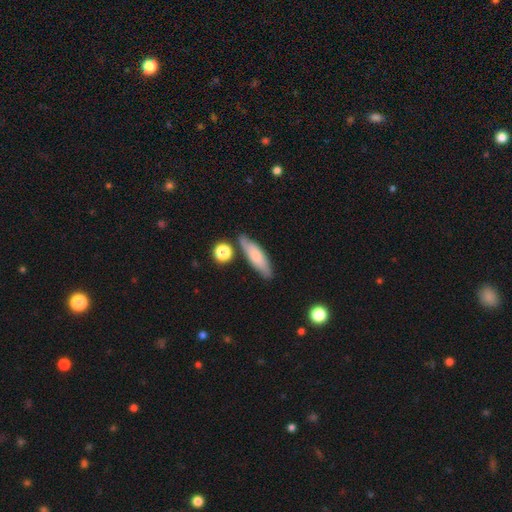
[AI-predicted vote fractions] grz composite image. It shows a smooth galaxy with no disk features (67%) that is cigar-shaped (56%). Merging: none (73%).